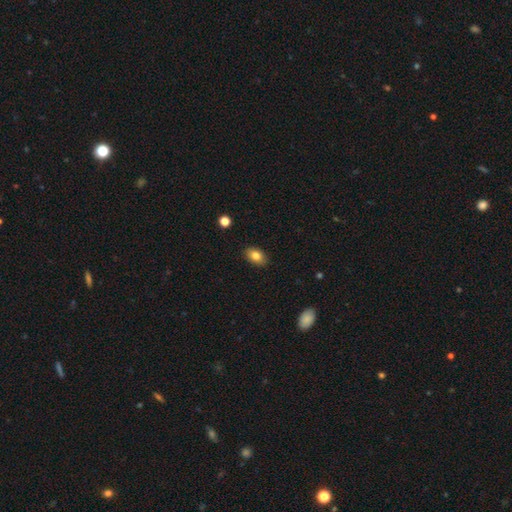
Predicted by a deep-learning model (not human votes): Overall: smooth (82%). How rounded: in between (84%). Merging: none (88%).